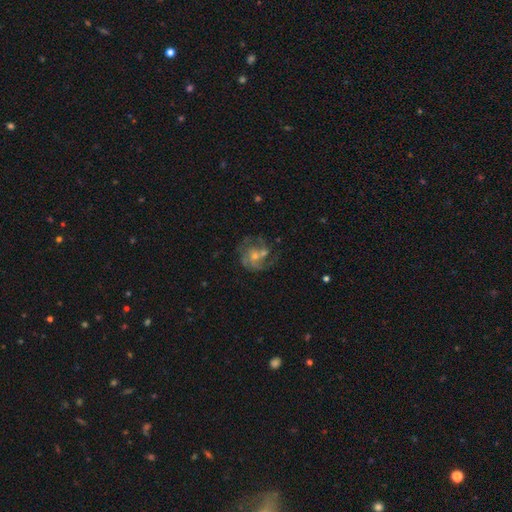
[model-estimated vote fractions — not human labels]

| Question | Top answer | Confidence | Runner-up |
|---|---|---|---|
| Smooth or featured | featured or disk | 73% | smooth (19%) |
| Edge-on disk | no | 98% | yes (2%) |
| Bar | no | 71% | weak (25%) |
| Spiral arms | yes | 79% | no (21%) |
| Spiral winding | medium | 44% | tight (30%) |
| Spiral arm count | can't tell | 28% | 2 (25%) |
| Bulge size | small | 54% | moderate (33%) |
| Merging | none | 44% | major disturbance (25%) |